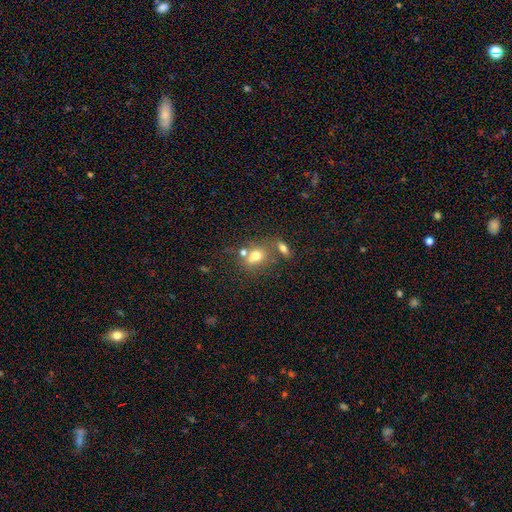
Morphology: type=smooth (82%); roundness=round (62%); merging=merger (46%).